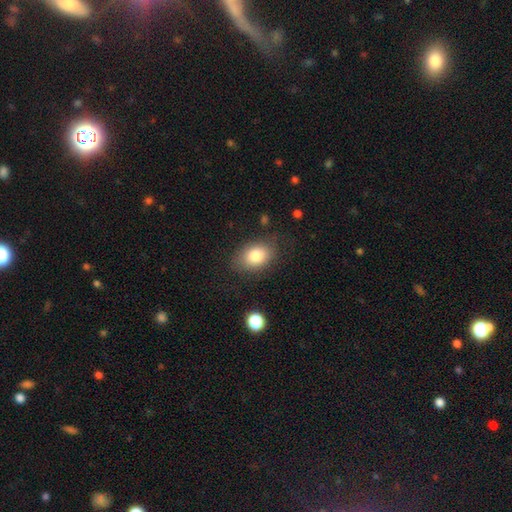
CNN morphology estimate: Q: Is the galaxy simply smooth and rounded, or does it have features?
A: smooth — 81%.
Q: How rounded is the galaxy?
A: in between — 79%.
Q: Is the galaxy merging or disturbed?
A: none — 79%.